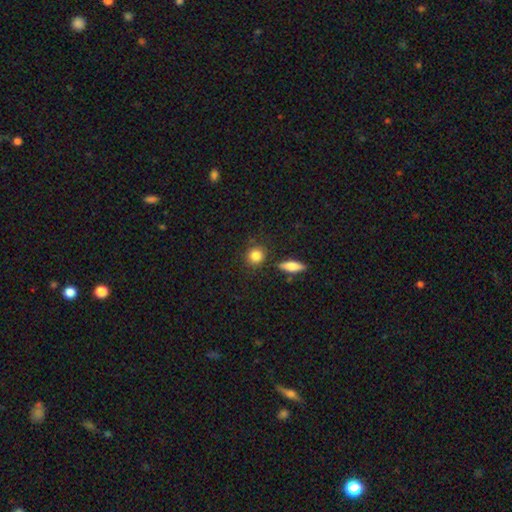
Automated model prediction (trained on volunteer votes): smooth 85%, star or artifact 9%, featured or disk 6%. Down the decision tree: how rounded — round (86%); merging — none (82%).